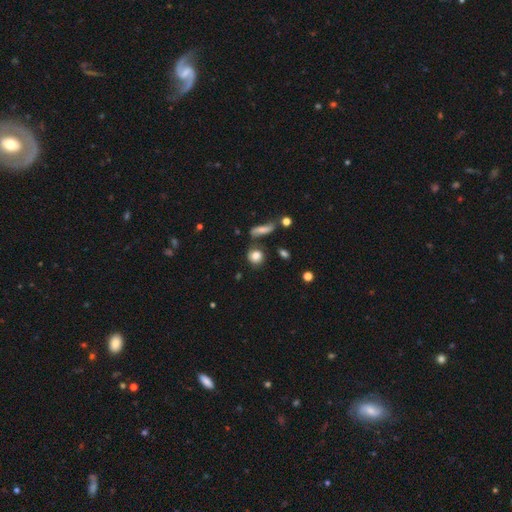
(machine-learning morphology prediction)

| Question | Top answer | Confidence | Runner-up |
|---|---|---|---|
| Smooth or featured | smooth | 79% | star or artifact (11%) |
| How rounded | round | 77% | in between (19%) |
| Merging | none | 68% | minor disturbance (15%) |